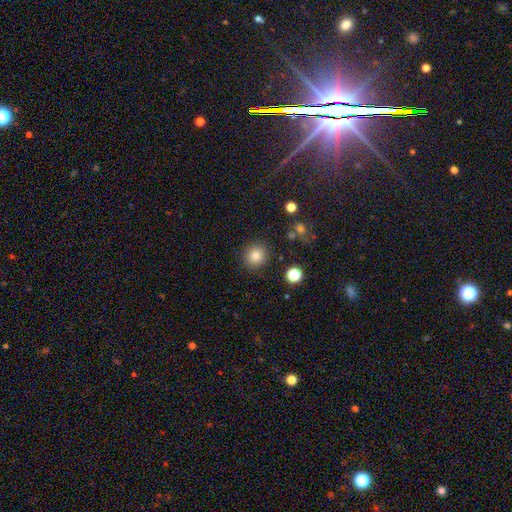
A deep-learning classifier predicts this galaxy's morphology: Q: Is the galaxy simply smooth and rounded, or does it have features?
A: smooth — 85%.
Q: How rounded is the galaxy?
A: round — 89%.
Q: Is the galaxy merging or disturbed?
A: none — 87%.